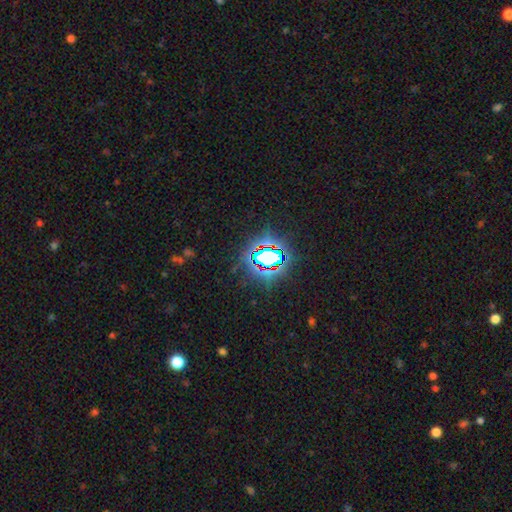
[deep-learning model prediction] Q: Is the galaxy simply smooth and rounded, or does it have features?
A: star or artifact — 82%.